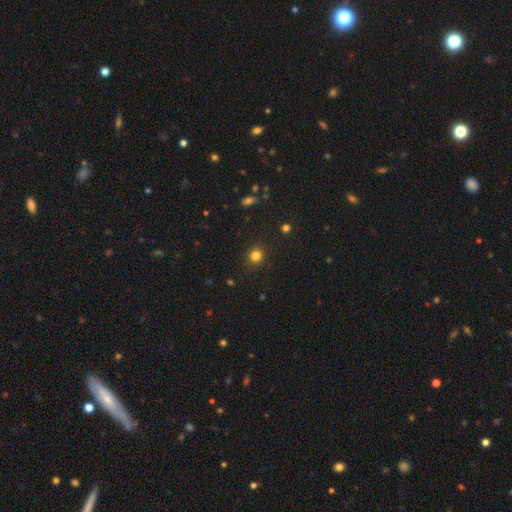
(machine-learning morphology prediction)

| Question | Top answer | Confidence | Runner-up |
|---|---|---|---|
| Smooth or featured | smooth | 81% | star or artifact (14%) |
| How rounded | round | 89% | in between (10%) |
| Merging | none | 91% | minor disturbance (6%) |